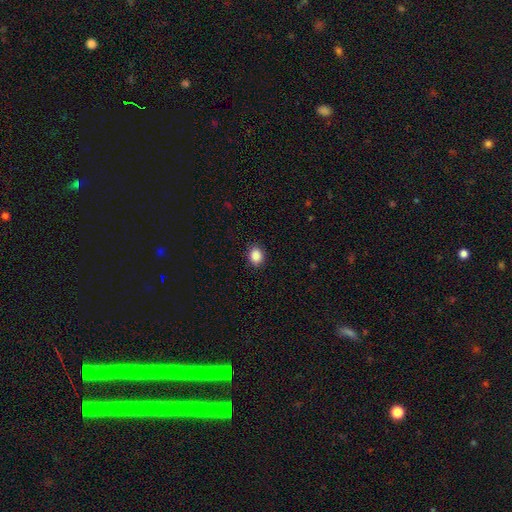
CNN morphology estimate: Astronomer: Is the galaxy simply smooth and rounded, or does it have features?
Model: smooth — 88%.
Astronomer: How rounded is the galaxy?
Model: round — 57% (runner-up: in between, 42%).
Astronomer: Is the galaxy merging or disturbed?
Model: none — 89%.